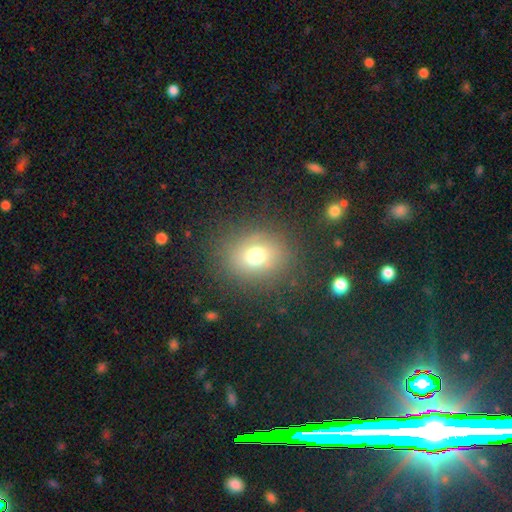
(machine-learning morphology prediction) A smooth galaxy with no disk features (71%) that is round (63%).

Vote fractions:
- Smooth or featured? smooth: 71% / star or artifact: 16% / featured or disk: 13%
- How rounded? round: 63% / in between: 36% / cigar-shaped: 1%
- Merging? none: 81% / minor disturbance: 11% / major disturbance: 6% / merger: 2%